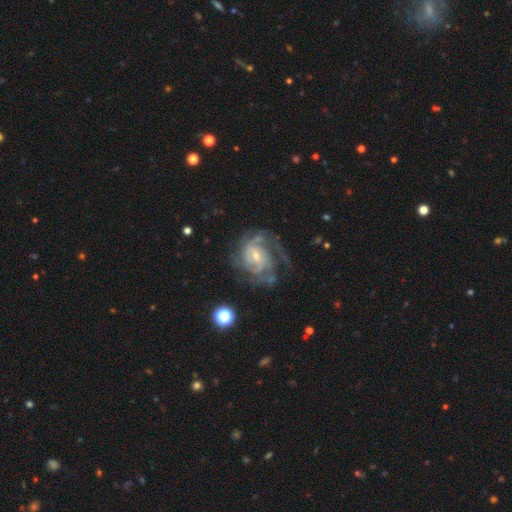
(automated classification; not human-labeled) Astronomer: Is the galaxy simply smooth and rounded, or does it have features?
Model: featured or disk — 88%.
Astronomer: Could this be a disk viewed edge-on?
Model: no — 98%.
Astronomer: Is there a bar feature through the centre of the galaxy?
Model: no — 58%.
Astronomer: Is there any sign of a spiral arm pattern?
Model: yes — 96%.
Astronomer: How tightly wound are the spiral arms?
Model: tight — 56% (runner-up: medium, 36%).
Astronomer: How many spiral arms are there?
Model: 3 — 26%, tied with can't tell at 26%.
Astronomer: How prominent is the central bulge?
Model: small — 67%.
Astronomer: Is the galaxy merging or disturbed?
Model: none — 64%.